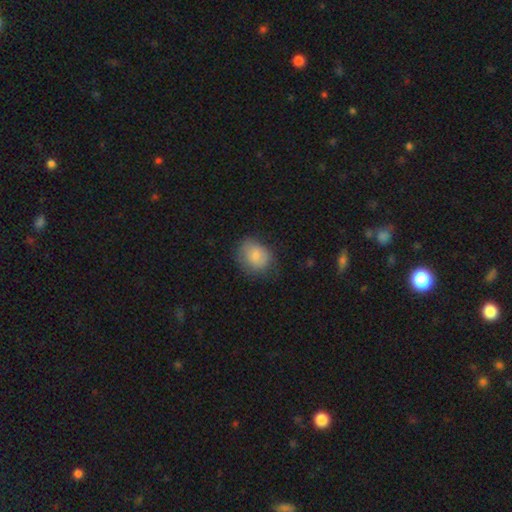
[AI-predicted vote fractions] The model was most divided on "how rounded": round: 51%, in between: 48%, cigar-shaped: 1%. More confident: smooth or featured — smooth (79%); merging — none (66%).